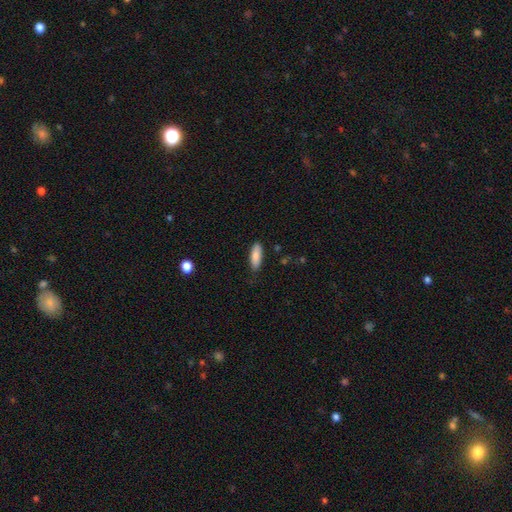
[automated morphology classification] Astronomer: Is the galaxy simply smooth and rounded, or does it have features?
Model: smooth — 83%.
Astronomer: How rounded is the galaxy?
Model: in between — 67%.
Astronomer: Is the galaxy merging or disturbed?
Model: none — 81%.